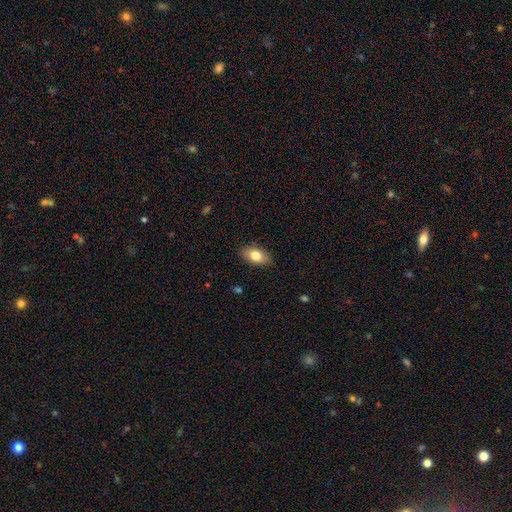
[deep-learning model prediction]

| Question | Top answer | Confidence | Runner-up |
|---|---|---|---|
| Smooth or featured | smooth | 80% | featured or disk (13%) |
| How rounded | in between | 90% | round (7%) |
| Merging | none | 86% | minor disturbance (10%) |